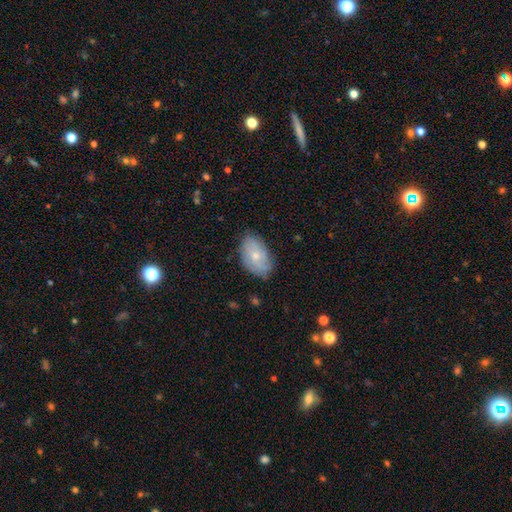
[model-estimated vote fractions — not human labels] smooth-or-featured: smooth: 56% | featured or disk: 37% | star or artifact: 7%
  how-rounded: in between: 91% | round: 7% | cigar-shaped: 2%
  merging: none: 75% | minor disturbance: 20% | major disturbance: 4% | merger: 1%